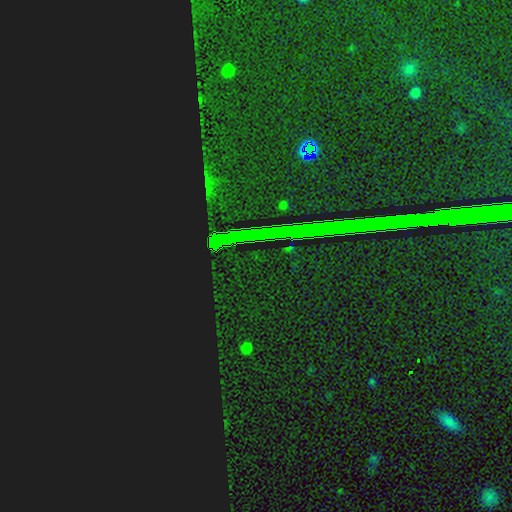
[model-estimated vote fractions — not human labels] Smooth or featured: star or artifact — 87% (featured or disk — 7%)